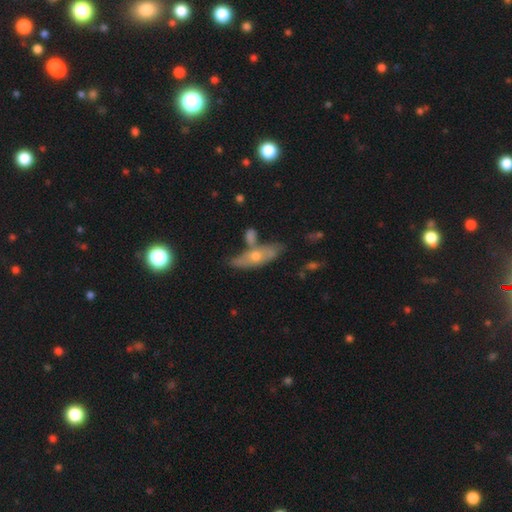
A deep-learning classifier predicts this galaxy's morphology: This appears to be a featured or disk galaxy (52%). Merging: none (54%).